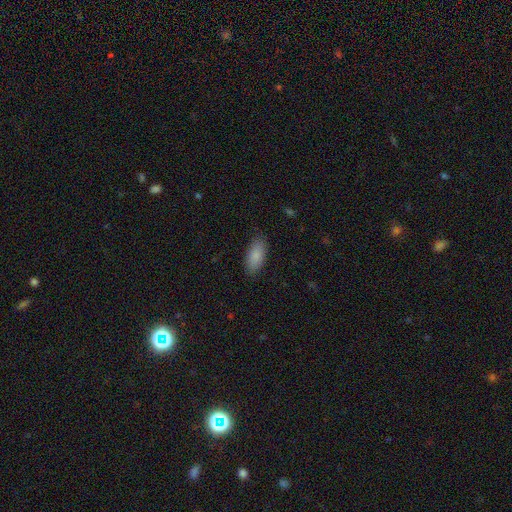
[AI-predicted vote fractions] smooth_or_featured: smooth (p=0.88) [alt: star or artifact p=0.06]
how_rounded: in between (p=0.89) [alt: cigar-shaped p=0.09]
merging: none (p=0.87) [alt: minor disturbance p=0.10]